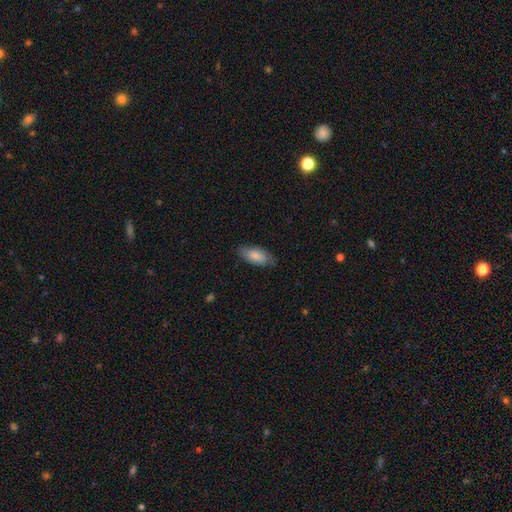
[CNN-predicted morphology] A smooth galaxy with no disk features (77%) that is in between round and cigar-shaped (86%). Merging: none (75%).